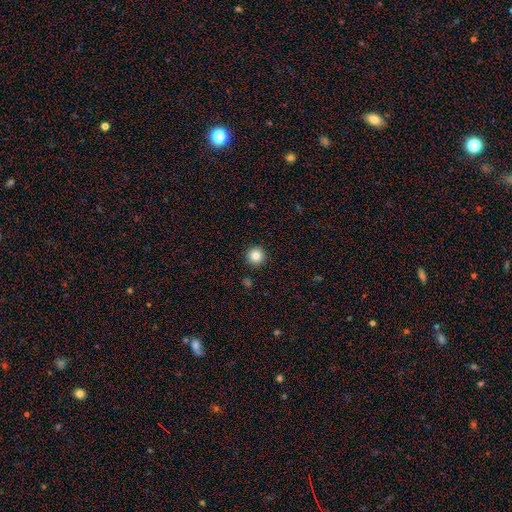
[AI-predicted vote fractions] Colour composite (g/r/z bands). It shows a smooth galaxy with no disk features (85%) that is round (96%). Merging: none (93%).